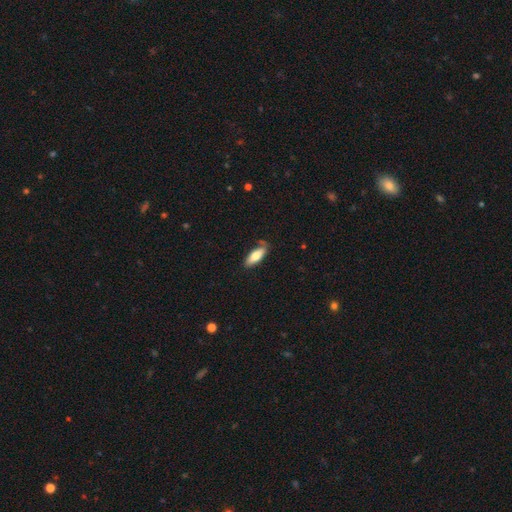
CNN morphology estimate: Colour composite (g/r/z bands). It shows a smooth galaxy with no disk features (74%) that is in between round and cigar-shaped (68%). Merging: none (75%).